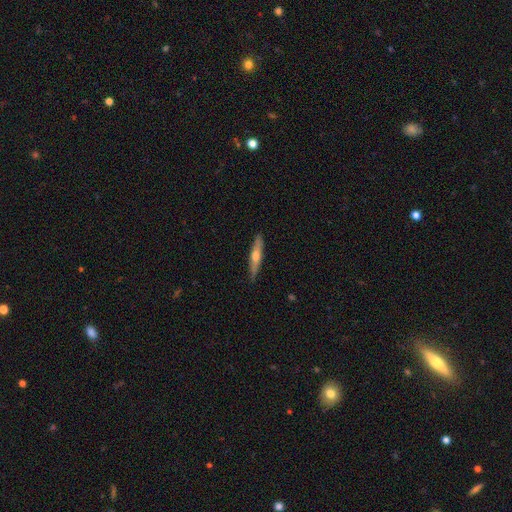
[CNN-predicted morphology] Overall: featured or disk (53%; smooth 42%). Edge-on disk: yes (93%). Merging: none (88%).